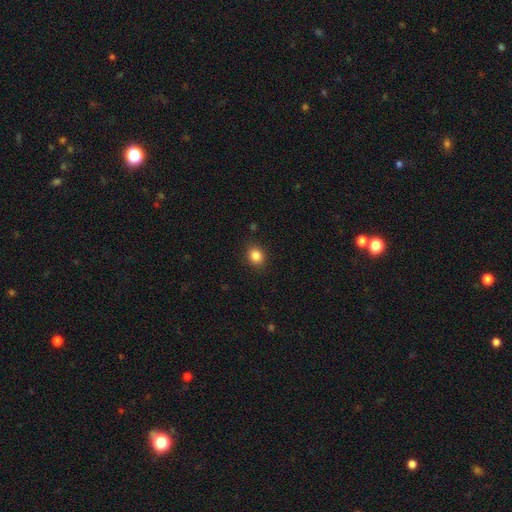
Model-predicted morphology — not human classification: This appears to be a smooth galaxy with no disk features (85%) that is round (63%). Merging: none (89%).